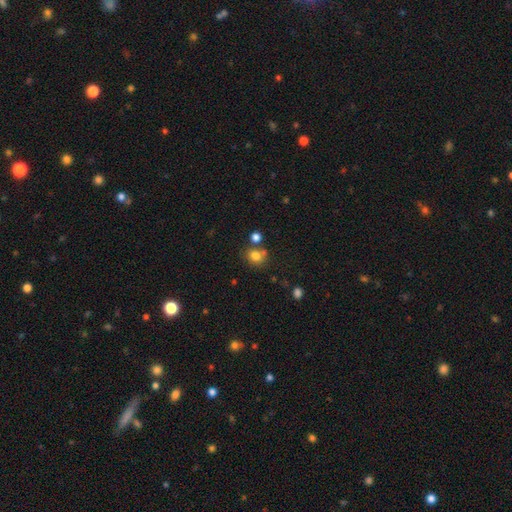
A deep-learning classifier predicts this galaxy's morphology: smooth-or-featured: smooth: 79% | star or artifact: 14% | featured or disk: 8%
  how-rounded: round: 74% | in between: 25% | cigar-shaped: 1%
  merging: none: 65% | merger: 19% | minor disturbance: 12% | major disturbance: 4%